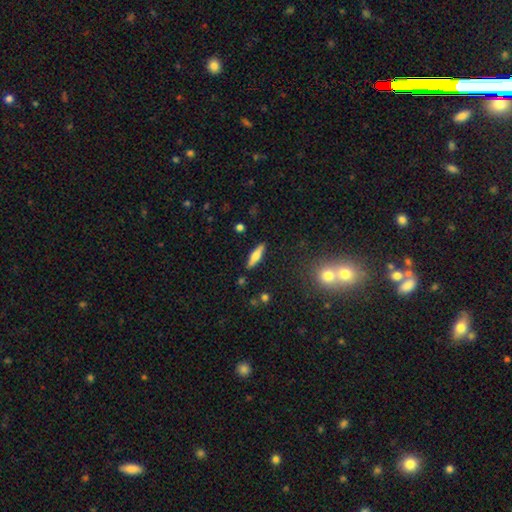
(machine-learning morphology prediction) smooth 58%, featured or disk 35%, star or artifact 7%. Down the decision tree: how rounded — cigar-shaped (72%); merging — none (87%).